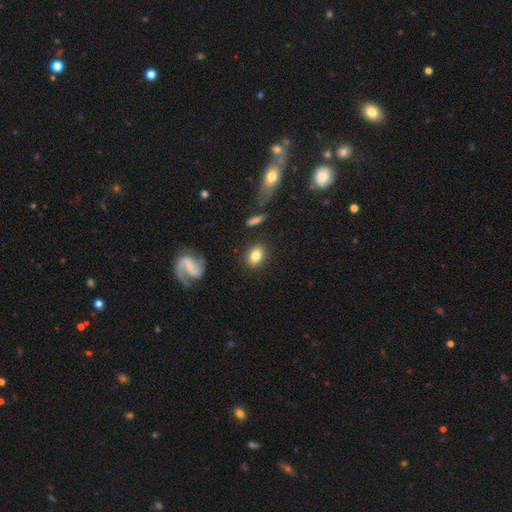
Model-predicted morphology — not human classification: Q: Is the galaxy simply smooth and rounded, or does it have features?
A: smooth — 80%.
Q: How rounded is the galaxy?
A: in between — 72%.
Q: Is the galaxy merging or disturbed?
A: none — 84%.